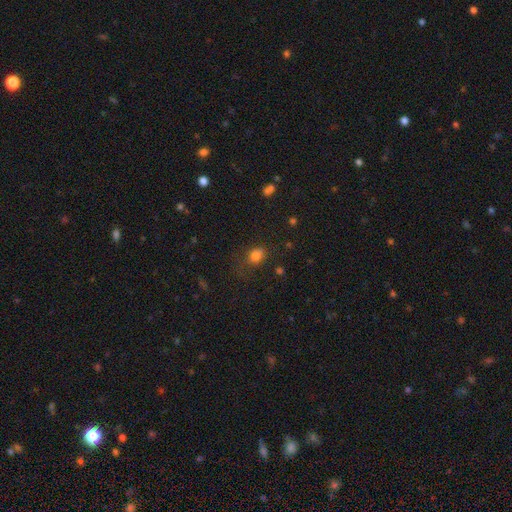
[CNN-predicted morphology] A smooth galaxy with no disk features (77%) that is round (53%).

Vote fractions:
- Smooth or featured? smooth: 77% / star or artifact: 15% / featured or disk: 8%
- How rounded? round: 53% / in between: 45% / cigar-shaped: 1%
- Merging? none: 55% / minor disturbance: 25% / major disturbance: 15% / merger: 5%